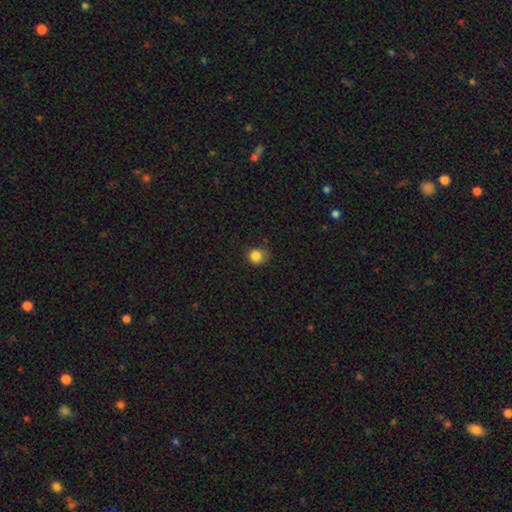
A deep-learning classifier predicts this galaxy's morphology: A smooth galaxy with no disk features (84%) that is round (80%).

Vote fractions:
- Smooth or featured? smooth: 84% / star or artifact: 11% / featured or disk: 5%
- How rounded? round: 80% / in between: 19% / cigar-shaped: 1%
- Merging? none: 64% / minor disturbance: 28% / major disturbance: 7% / merger: 2%